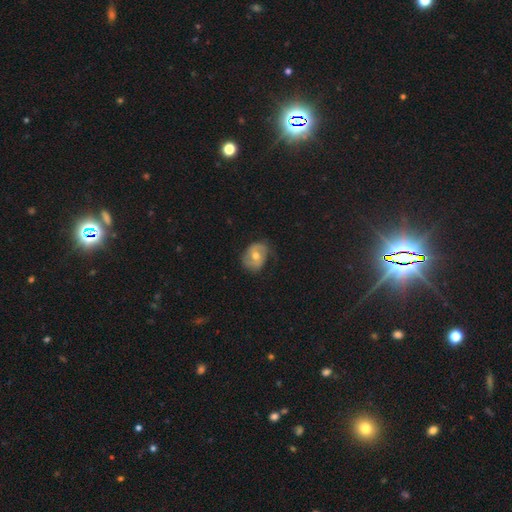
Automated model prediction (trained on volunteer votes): This is possibly a featured or disk galaxy (51%). It is clearly not viewed edge-on (96%). Merging: likely none (64%).